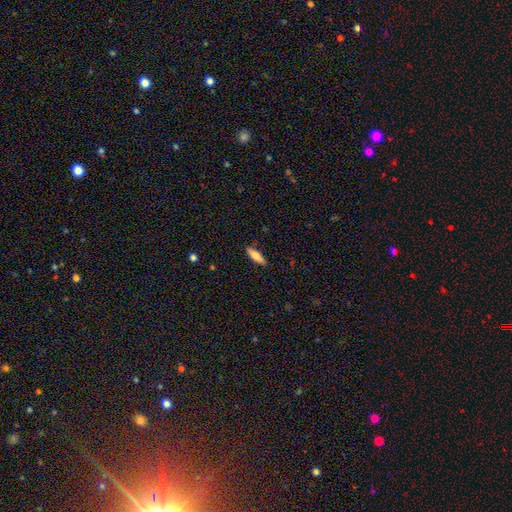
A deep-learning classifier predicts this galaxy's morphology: smooth 70%, featured or disk 24%, star or artifact 6%. Down the decision tree: how rounded — cigar-shaped (64%); merging — none (88%).